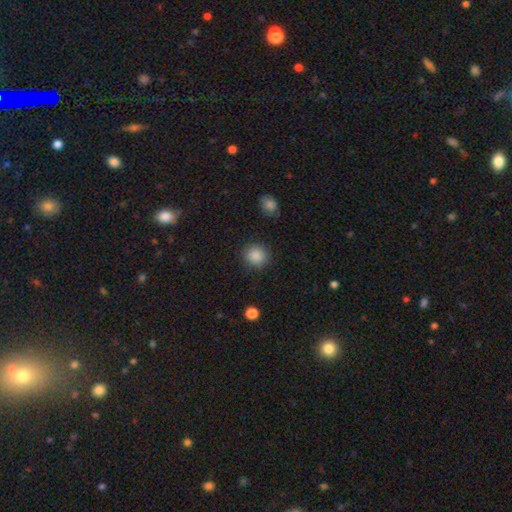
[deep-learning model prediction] Smooth or featured? smooth (87%)
How rounded? round (89%)
Merging? none (89%)